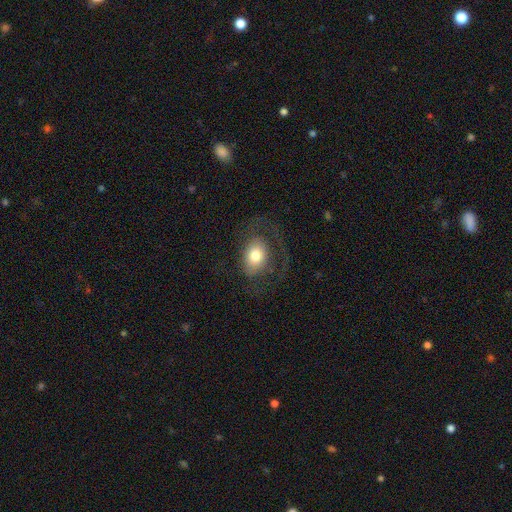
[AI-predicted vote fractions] Morphology: type=smooth (63%); roundness=in between (76%); merging=none (53%).